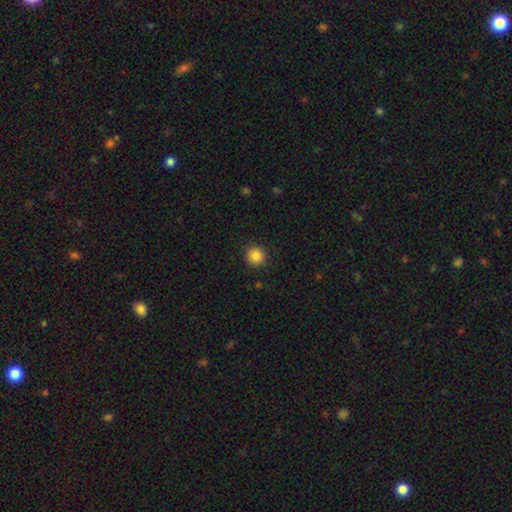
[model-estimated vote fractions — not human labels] smooth_or_featured: smooth (p=0.86) [alt: star or artifact p=0.10]
how_rounded: round (p=0.93) [alt: in between p=0.06]
merging: none (p=0.91) [alt: minor disturbance p=0.06]